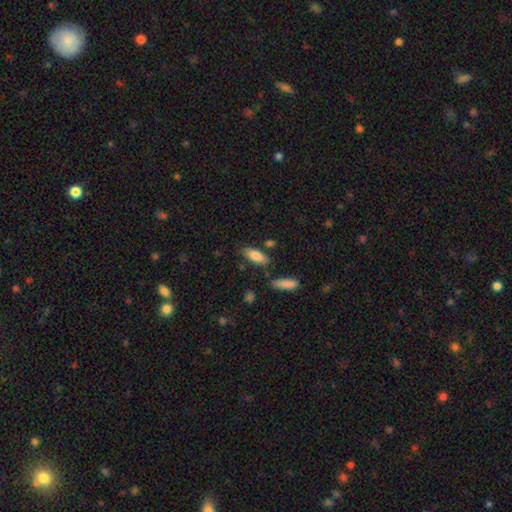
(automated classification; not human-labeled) Smooth or featured: smooth — 83% (featured or disk — 11%)
How rounded: in between — 73% (cigar-shaped — 25%)
Merging: none — 78% (minor disturbance — 14%)